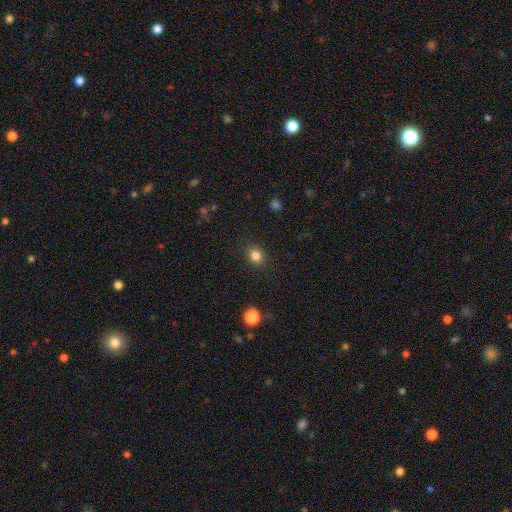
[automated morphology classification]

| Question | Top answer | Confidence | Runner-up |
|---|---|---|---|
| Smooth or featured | smooth | 84% | star or artifact (12%) |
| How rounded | round | 79% | in between (20%) |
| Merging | none | 88% | minor disturbance (8%) |